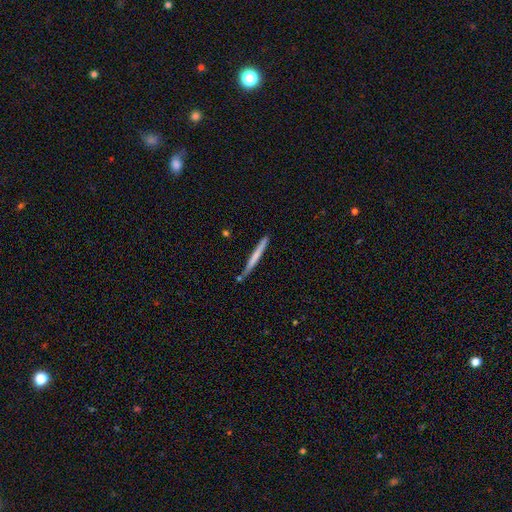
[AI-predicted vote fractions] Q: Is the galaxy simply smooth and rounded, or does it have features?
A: smooth — 60%.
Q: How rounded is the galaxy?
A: cigar-shaped — 97%.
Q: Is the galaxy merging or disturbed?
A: none — 78%.